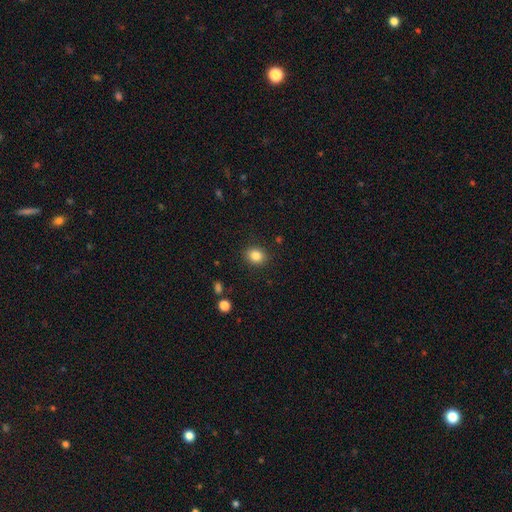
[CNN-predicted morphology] This is clearly a smooth galaxy (84%). How rounded: likely round (62%). Merging: clearly none (89%).